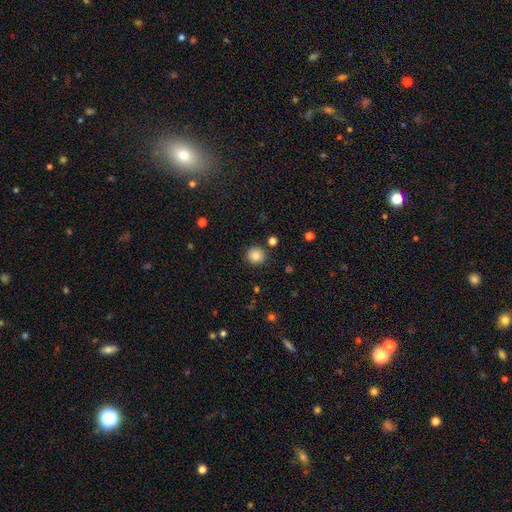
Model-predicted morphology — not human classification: Smooth or featured?
  - smooth: 85% *
  - star or artifact: 10%
  - featured or disk: 5%
How rounded?
  - round: 93% *
  - in between: 6%
  - cigar-shaped: 1%
Merging?
  - none: 90% *
  - minor disturbance: 6%
  - merger: 2%
  - major disturbance: 2%